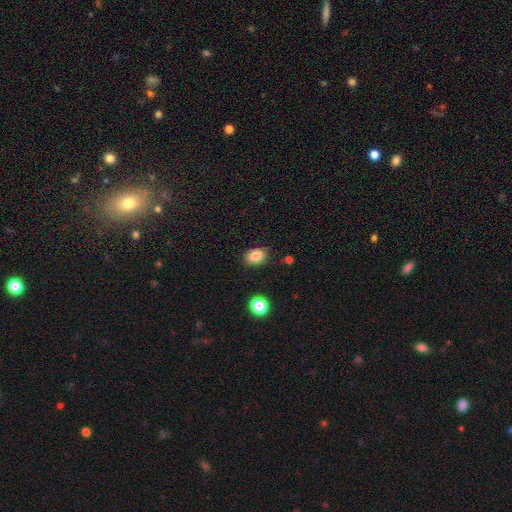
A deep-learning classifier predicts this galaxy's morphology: A smooth galaxy with no disk features (85%) that is in between round and cigar-shaped (74%).

Vote fractions:
- Smooth or featured? smooth: 85% / star or artifact: 10% / featured or disk: 5%
- How rounded? in between: 74% / round: 25% / cigar-shaped: 1%
- Merging? none: 84% / minor disturbance: 11% / major disturbance: 3% / merger: 2%